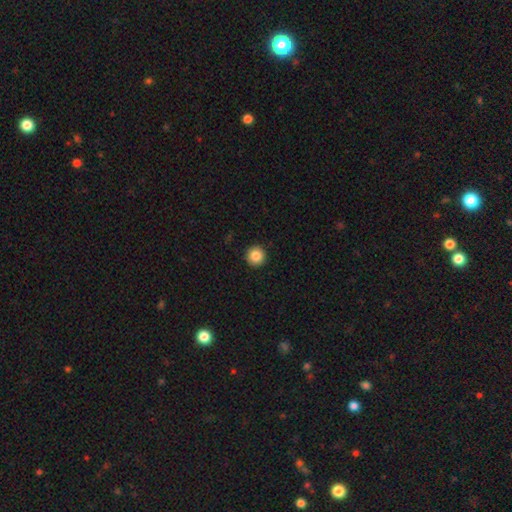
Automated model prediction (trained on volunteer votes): This is clearly a smooth galaxy (86%). How rounded: clearly round (96%). Merging: clearly none (93%).